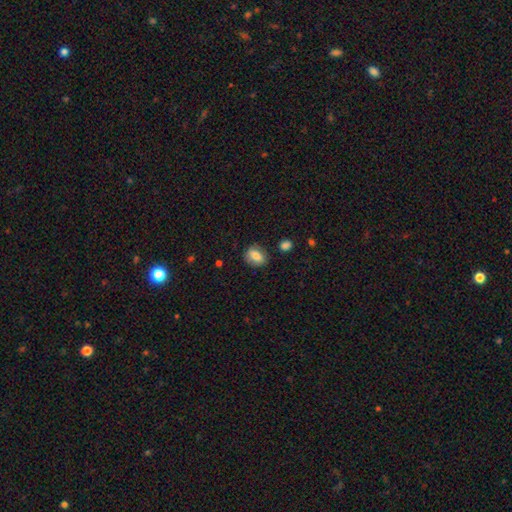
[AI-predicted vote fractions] Smooth or featured? smooth (77%)
How rounded? in between (58%)
Merging? none (79%)